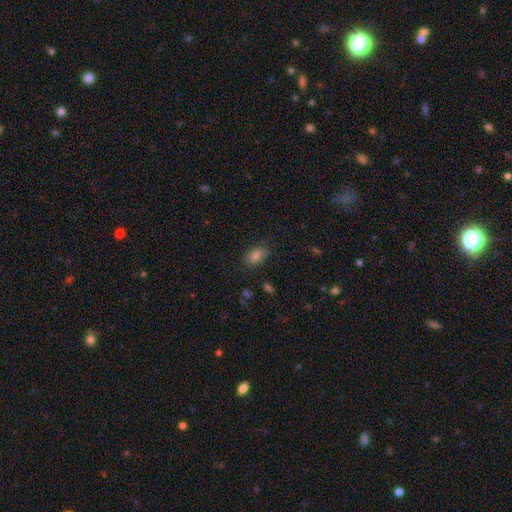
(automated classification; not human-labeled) Q: Smooth or featured?
A: smooth (78%); runner-up: star or artifact (15%)
Q: How rounded?
A: in between (86%); runner-up: round (11%)
Q: Merging?
A: none (79%); runner-up: minor disturbance (15%)